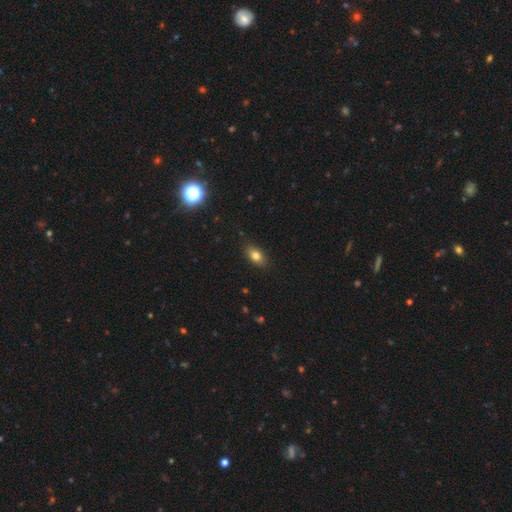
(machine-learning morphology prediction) Overall: smooth (79%). How rounded: in between (83%). Merging: none (84%).